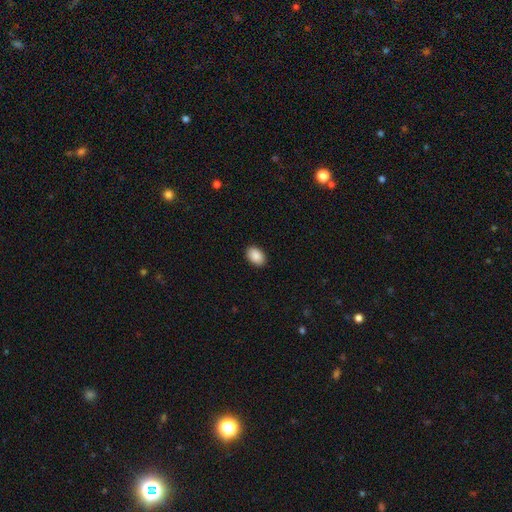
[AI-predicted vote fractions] A smooth galaxy with no disk features (90%) that is in between round and cigar-shaped (87%). Merging: none (90%).